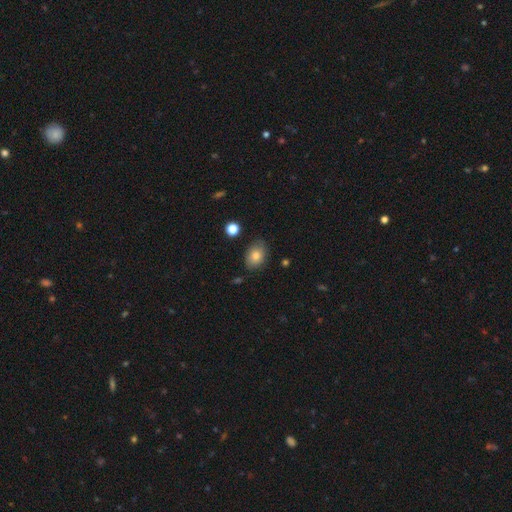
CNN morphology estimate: smooth_or_featured: smooth (p=0.82) [alt: featured or disk p=0.10]
how_rounded: in between (p=0.78) [alt: round p=0.21]
merging: none (p=0.77) [alt: minor disturbance p=0.18]